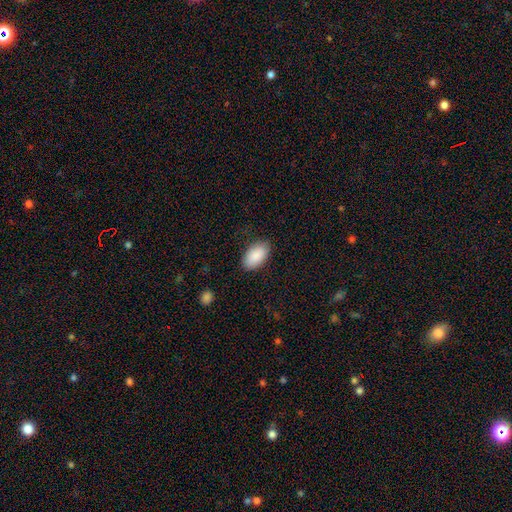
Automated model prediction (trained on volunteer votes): Smooth or featured? smooth (90%)
How rounded? in between (95%)
Merging? none (85%)